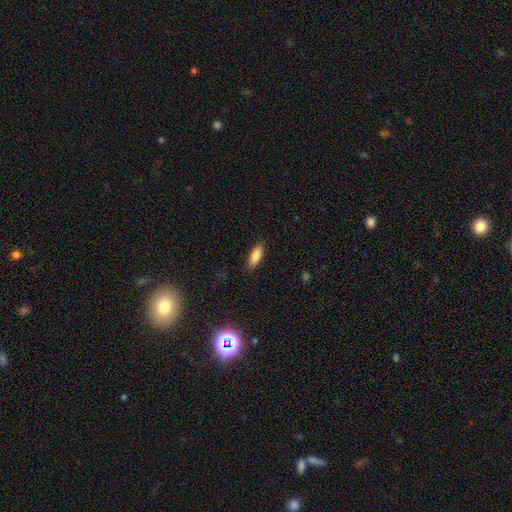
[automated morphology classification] The model was most divided on "how rounded": in between: 70%, cigar-shaped: 28%, round: 2%. More confident: merging — none (86%); smooth or featured — smooth (85%).